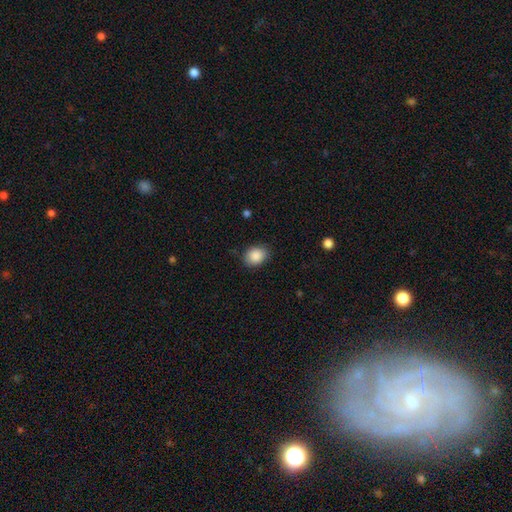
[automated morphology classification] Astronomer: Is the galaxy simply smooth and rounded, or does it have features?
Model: smooth — 88%.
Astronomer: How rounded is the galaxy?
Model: in between — 54% (runner-up: round, 45%).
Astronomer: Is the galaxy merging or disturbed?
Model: none — 82%.